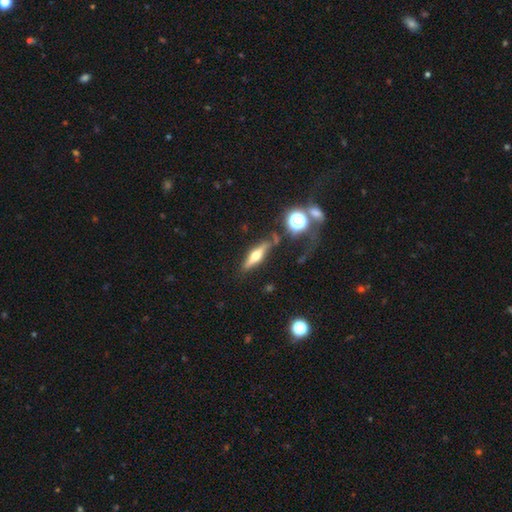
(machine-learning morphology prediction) type=featured or disk (55%); edge-on=yes (91%); edge-on bulge=rounded (92%); merging=none (74%).